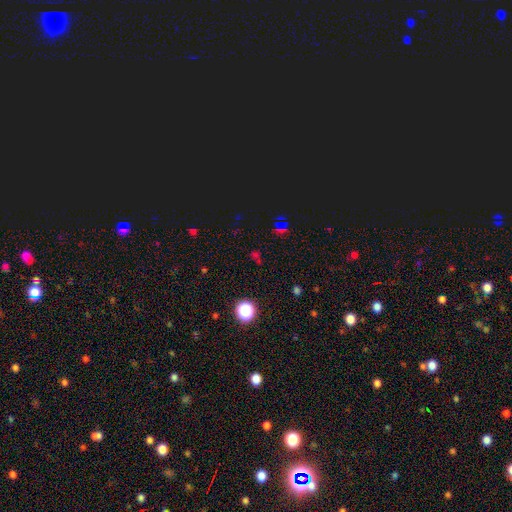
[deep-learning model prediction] Smooth or featured: star or artifact — 61% (smooth — 32%)